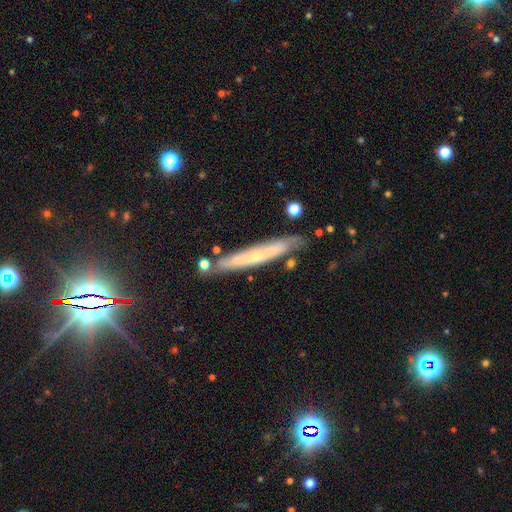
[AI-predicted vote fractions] A featured or disk galaxy (54%) viewed edge-on (84%). Merging: none (80%).